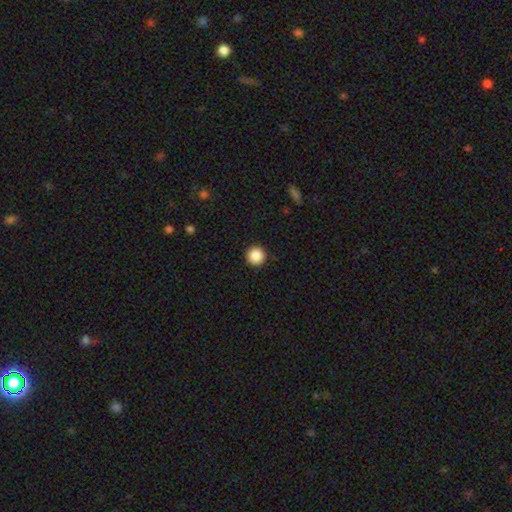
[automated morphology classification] smooth-or-featured: smooth: 88% | star or artifact: 9% | featured or disk: 3%
  how-rounded: round: 96% | in between: 3% | cigar-shaped: 1%
  merging: none: 93% | minor disturbance: 4% | major disturbance: 2% | merger: 1%